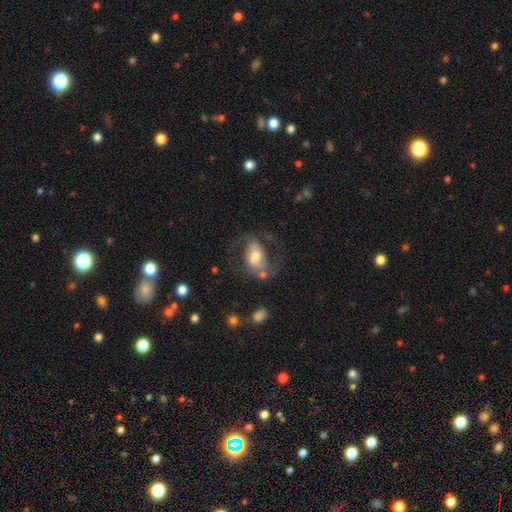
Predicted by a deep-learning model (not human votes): Smooth or featured? Predicted: featured or disk (p=0.60). Edge-on disk? Predicted: no (p=0.96). Bar? Predicted: weak (p=0.43). Spiral arms? Predicted: yes (p=0.78). Bulge size? Predicted: moderate (p=0.58). Merging? Predicted: none (p=0.50).